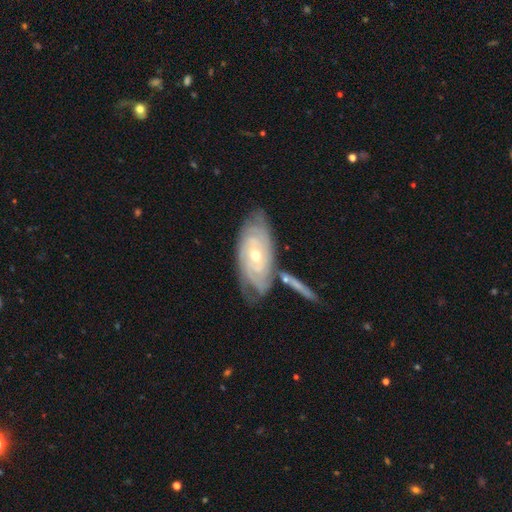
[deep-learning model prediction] The model was most divided on "bulge size": moderate: 52%, small: 45%, large: 2%, none: 1%, dominant: 1%. Remaining: spiral arms — yes (94%); edge-on disk — no (91%); smooth or featured — featured or disk (84%); spiral winding — tight (80%); bar — no (70%); merging — none (68%); spiral arm count — can't tell (43%).